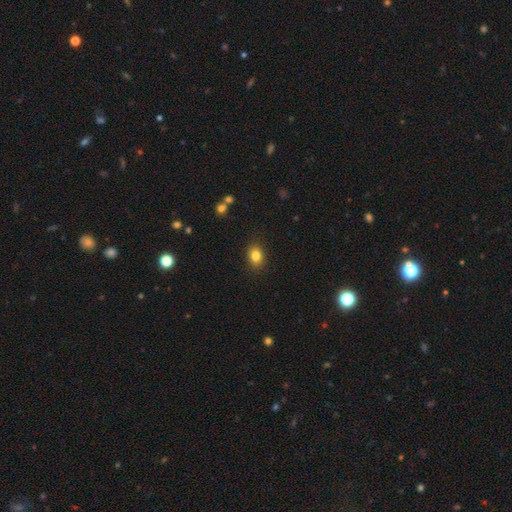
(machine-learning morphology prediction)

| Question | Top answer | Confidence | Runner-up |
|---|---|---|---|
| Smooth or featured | smooth | 83% | star or artifact (10%) |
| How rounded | in between | 56% | round (43%) |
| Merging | none | 88% | minor disturbance (8%) |